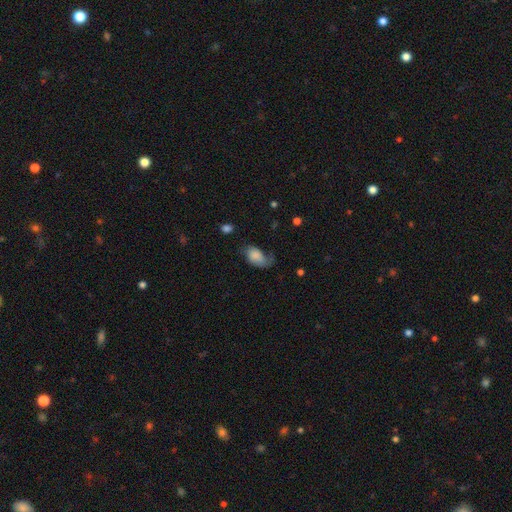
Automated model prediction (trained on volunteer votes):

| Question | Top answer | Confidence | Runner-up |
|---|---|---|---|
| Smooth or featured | smooth | 71% | featured or disk (21%) |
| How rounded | in between | 91% | round (8%) |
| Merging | none | 35% | minor disturbance (34%) |